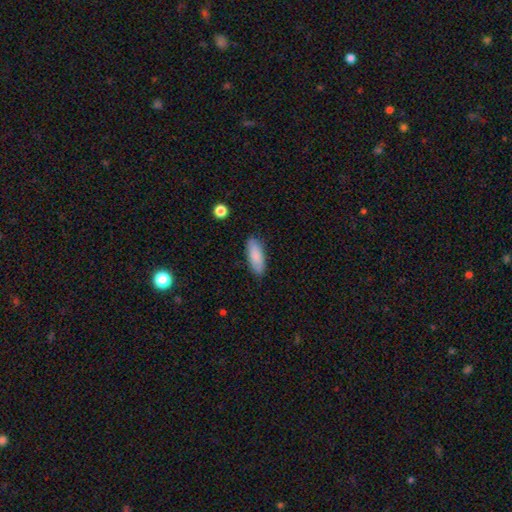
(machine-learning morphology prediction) A smooth galaxy with no disk features (87%) that is in between round and cigar-shaped (71%).

Vote fractions:
- Smooth or featured? smooth: 87% / featured or disk: 8% / star or artifact: 6%
- How rounded? in between: 71% / cigar-shaped: 28% / round: 2%
- Merging? none: 85% / minor disturbance: 11% / major disturbance: 2% / merger: 1%